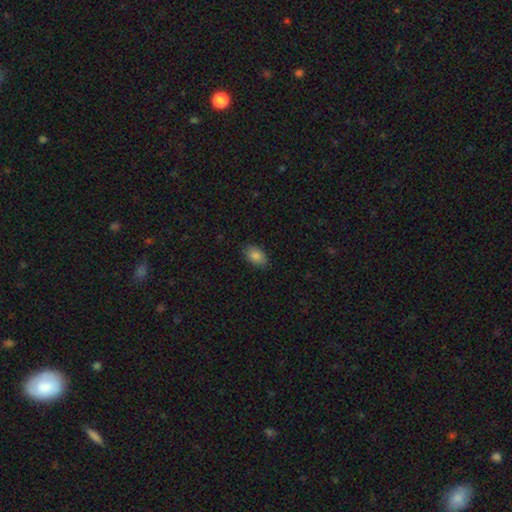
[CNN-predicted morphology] Q: Smooth or featured?
A: smooth (86%); runner-up: star or artifact (8%)
Q: How rounded?
A: in between (88%); runner-up: round (11%)
Q: Merging?
A: none (86%); runner-up: minor disturbance (11%)